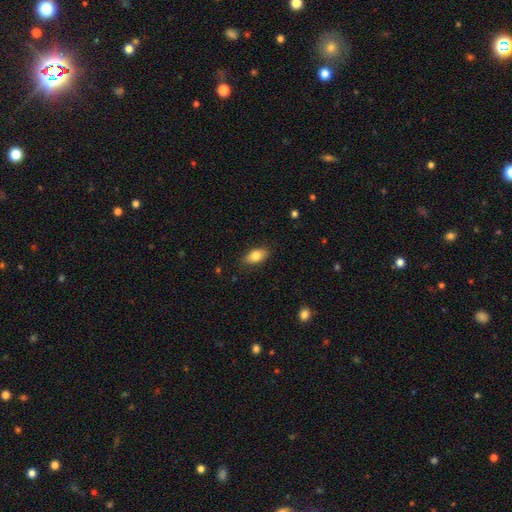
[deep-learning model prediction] smooth 80%, featured or disk 13%, star or artifact 7%. Down the decision tree: how rounded — in between (89%); merging — none (85%).